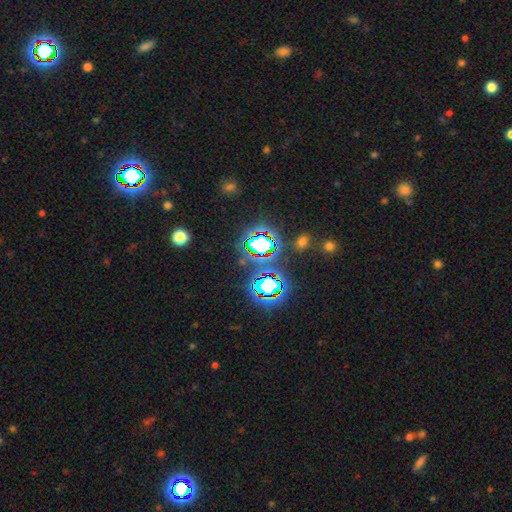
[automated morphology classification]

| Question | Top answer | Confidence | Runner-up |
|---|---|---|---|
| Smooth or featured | star or artifact | 80% | smooth (12%) |